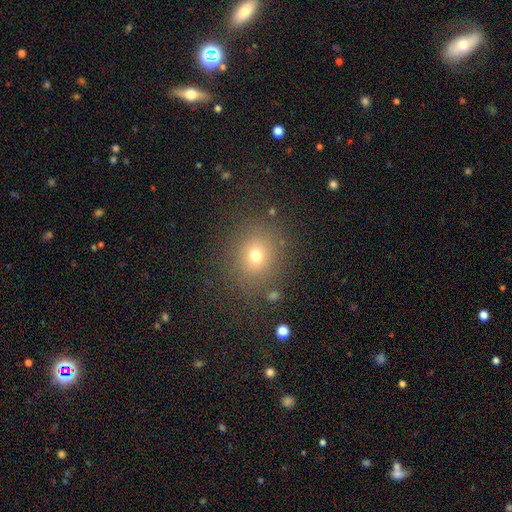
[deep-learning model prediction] smooth 70%, star or artifact 19%, featured or disk 12%. Down the decision tree: how rounded — round (74%); merging — none (81%).